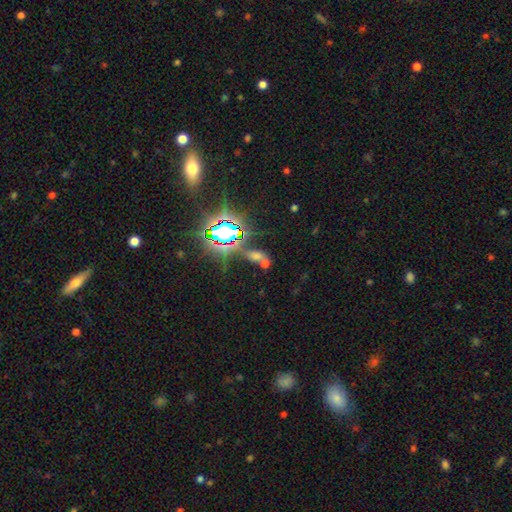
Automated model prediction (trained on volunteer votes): smooth-or-featured: star or artifact: 57% | smooth: 30% | featured or disk: 13%